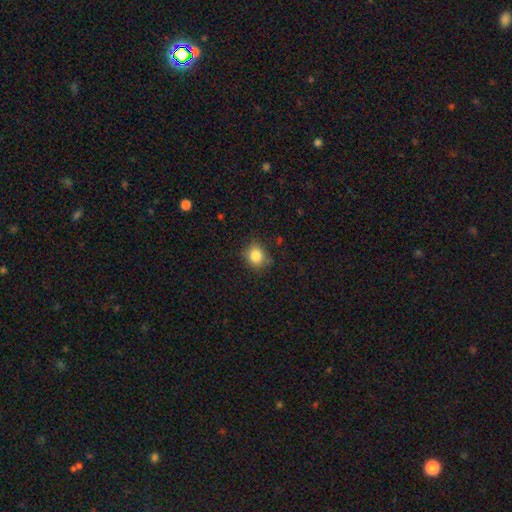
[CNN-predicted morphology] Overall: smooth (84%). How rounded: round (72%). Merging: none (79%).